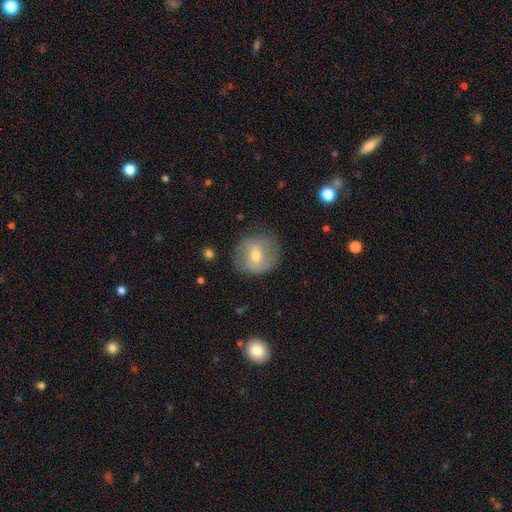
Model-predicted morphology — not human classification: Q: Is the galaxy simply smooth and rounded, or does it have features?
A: smooth — 48%.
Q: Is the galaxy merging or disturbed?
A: none — 75%.